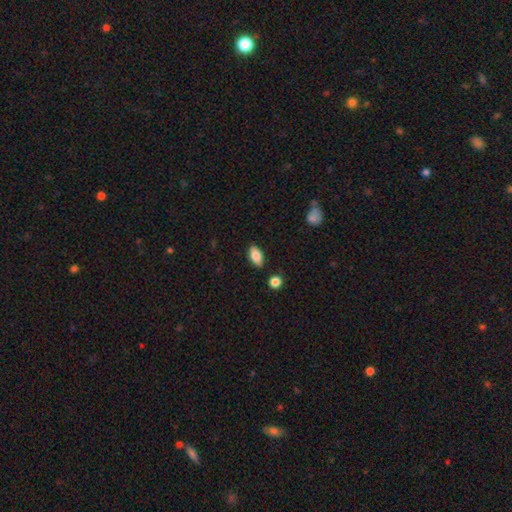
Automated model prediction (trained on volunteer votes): Morphology: type=smooth (82%); roundness=in between (89%); merging=none (87%).